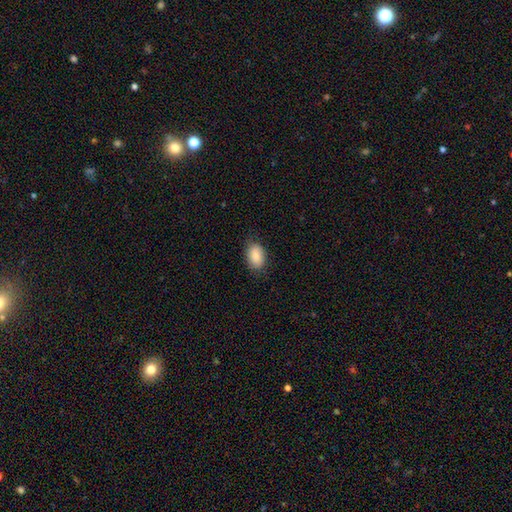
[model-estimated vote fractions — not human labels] Smooth or featured?
  - smooth: 85% *
  - featured or disk: 8%
  - star or artifact: 7%
How rounded?
  - in between: 86% *
  - round: 13%
  - cigar-shaped: 1%
Merging?
  - none: 81% *
  - minor disturbance: 15%
  - major disturbance: 3%
  - merger: 1%